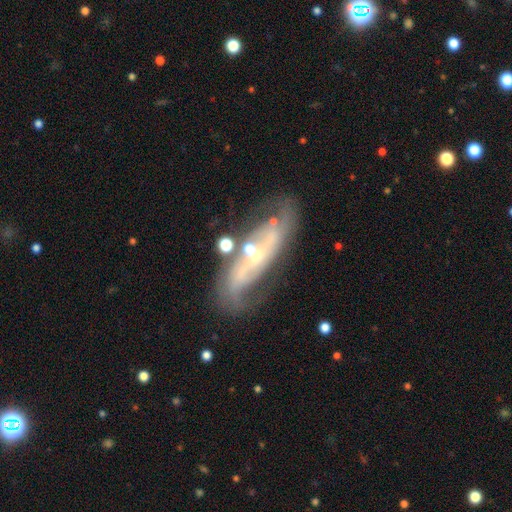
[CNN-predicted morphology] smooth_or_featured: featured or disk (p=0.75) [alt: smooth p=0.16]
disk_edge_on: no (p=0.83) [alt: yes p=0.17]
bar: no (p=0.51) [alt: weak p=0.31]
has_spiral_arms: yes (p=0.81) [alt: no p=0.19]
spiral_winding: medium (p=0.38) [alt: loose p=0.31]
spiral_arm_count: 2 (p=0.62) [alt: can't tell p=0.26]
bulge_size: small (p=0.72) [alt: moderate p=0.16]
merging: none (p=0.59) [alt: minor disturbance p=0.20]